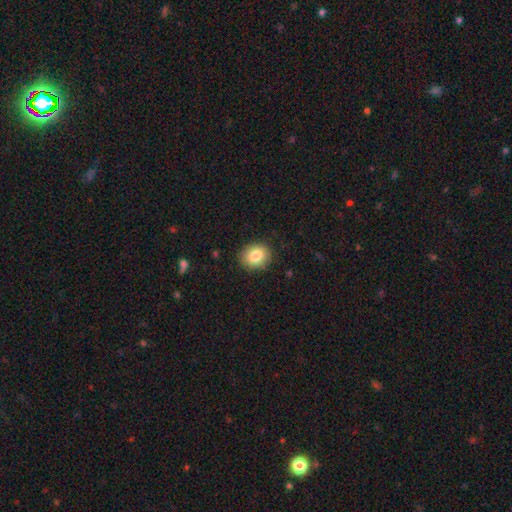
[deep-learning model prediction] Smooth or featured? Predicted: smooth (p=0.83). How rounded? Predicted: round (p=0.66). Merging? Predicted: none (p=0.89).